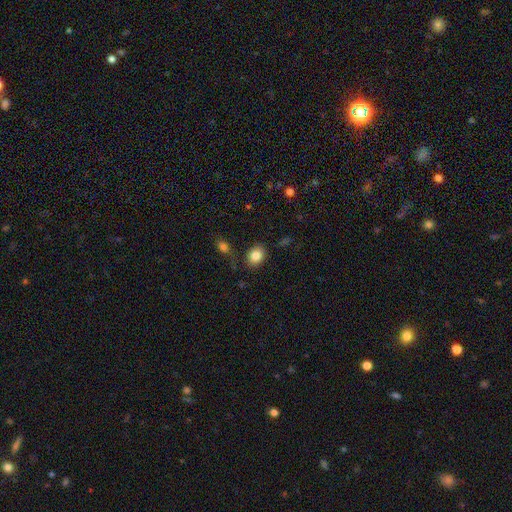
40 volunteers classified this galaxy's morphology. Smooth or featured?
  - smooth: 85% *
  - star or artifact: 10%
  - featured or disk: 5%
How rounded?
  - in between: 62% *
  - round: 38%
  - cigar-shaped: 0%
Merging?
  - none: 83% *
  - merger: 8%
  - major disturbance: 6%
  - minor disturbance: 3%